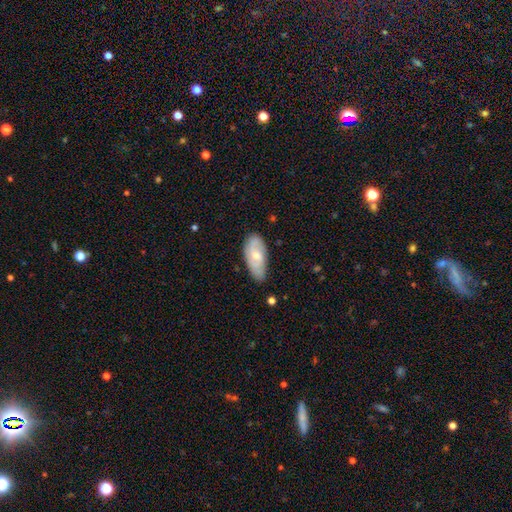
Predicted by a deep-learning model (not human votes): Overall: featured or disk (50%; smooth 44%). Merging: none (70%).